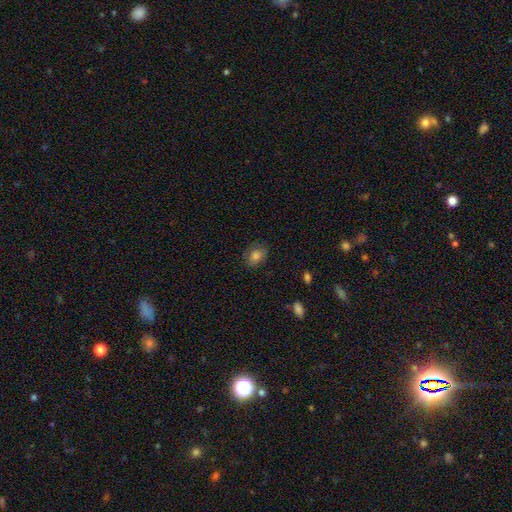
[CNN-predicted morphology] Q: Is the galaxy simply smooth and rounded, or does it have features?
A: smooth — 79%.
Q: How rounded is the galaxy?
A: in between — 67%.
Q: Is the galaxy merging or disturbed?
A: none — 72%.